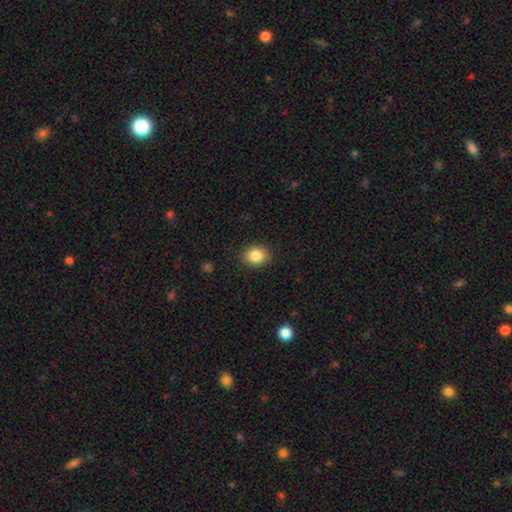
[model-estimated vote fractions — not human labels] This appears to be a smooth galaxy with no disk features (86%) that is round (63%). Merging: none (89%).